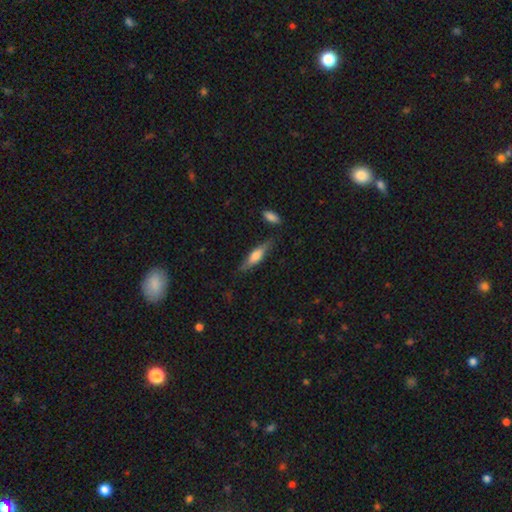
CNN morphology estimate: This appears to be a smooth galaxy with no disk features (54%) that is cigar-shaped (66%). Merging: none (76%).